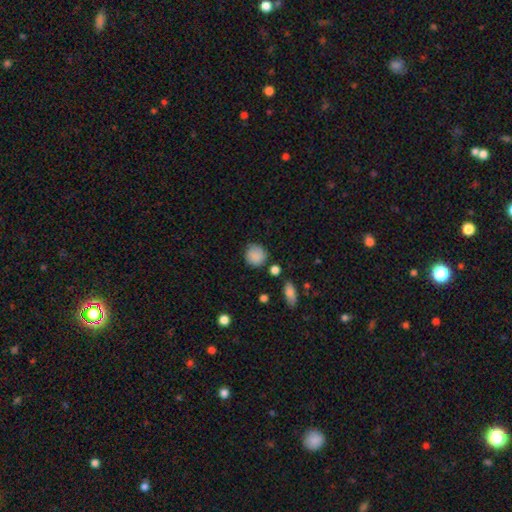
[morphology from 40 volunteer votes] Smooth or featured? smooth (82%)
How rounded? round (91%)
Merging? none (94%)